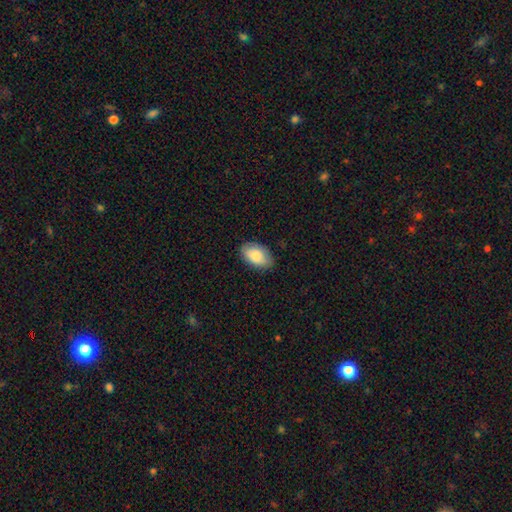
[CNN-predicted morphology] smooth 81%, featured or disk 13%, star or artifact 6%. Down the decision tree: how rounded — in between (92%); merging — none (82%).